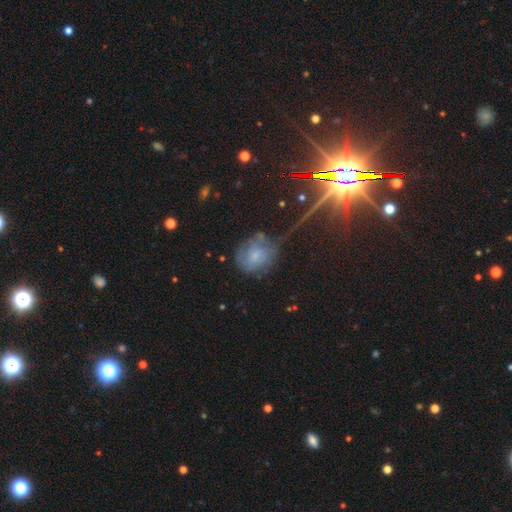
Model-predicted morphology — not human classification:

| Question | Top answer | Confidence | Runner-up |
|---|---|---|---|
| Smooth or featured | smooth | 47% | featured or disk (36%) |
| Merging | none | 55% | minor disturbance (26%) |